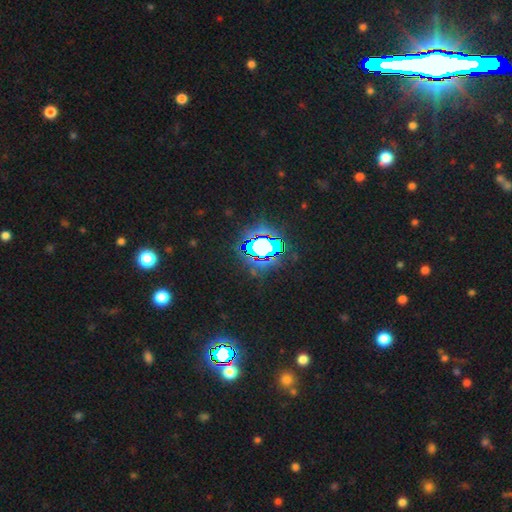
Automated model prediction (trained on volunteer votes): Morphology: type=star or artifact (83%).